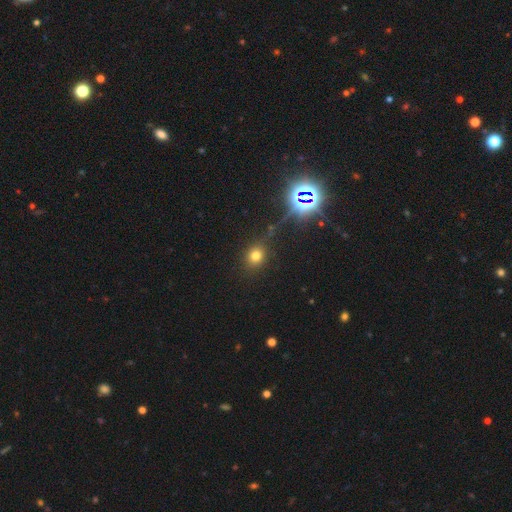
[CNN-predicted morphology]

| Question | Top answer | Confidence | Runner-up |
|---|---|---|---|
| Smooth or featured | smooth | 70% | star or artifact (23%) |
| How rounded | round | 73% | in between (26%) |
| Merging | none | 81% | minor disturbance (11%) |